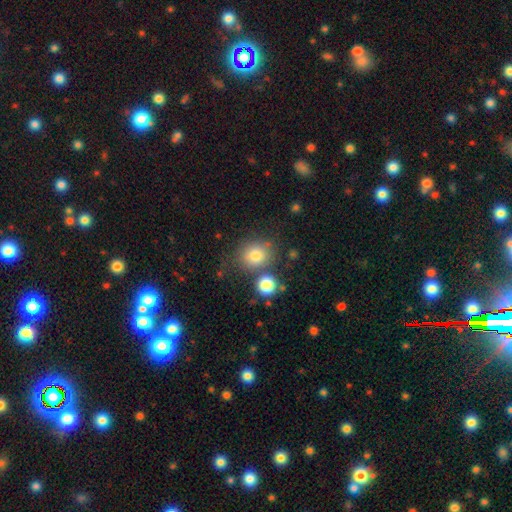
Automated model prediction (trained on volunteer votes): smooth_or_featured: smooth (p=0.79) [alt: star or artifact p=0.11]
how_rounded: round (p=0.75) [alt: in between p=0.24]
merging: none (p=0.62) [alt: merger p=0.18]